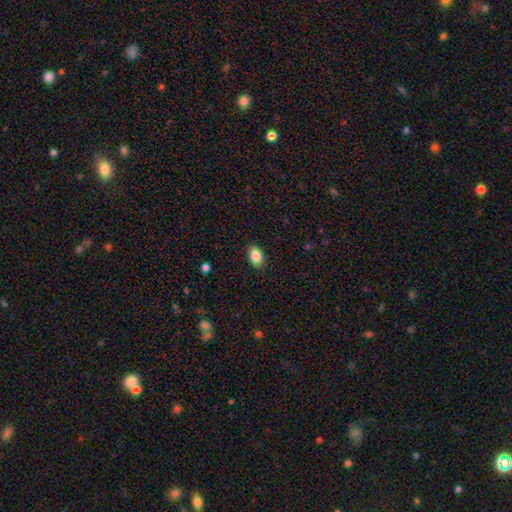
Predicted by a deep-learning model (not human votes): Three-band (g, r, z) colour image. It shows a smooth galaxy with no disk features (86%) that is in between round and cigar-shaped (87%). Merging: none (88%).